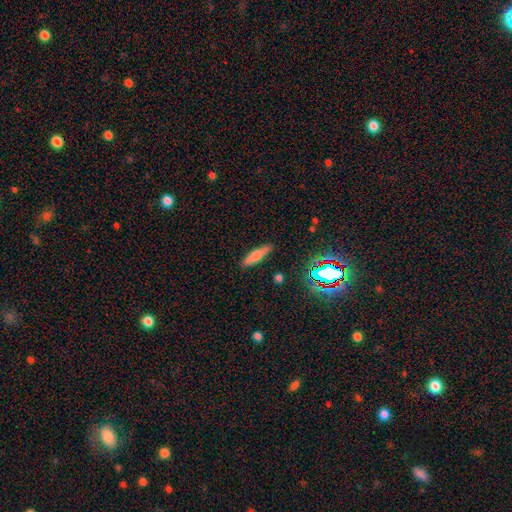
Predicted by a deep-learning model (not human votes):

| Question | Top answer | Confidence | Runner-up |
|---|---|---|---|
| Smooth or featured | smooth | 67% | featured or disk (23%) |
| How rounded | cigar-shaped | 73% | in between (25%) |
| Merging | none | 87% | minor disturbance (9%) |